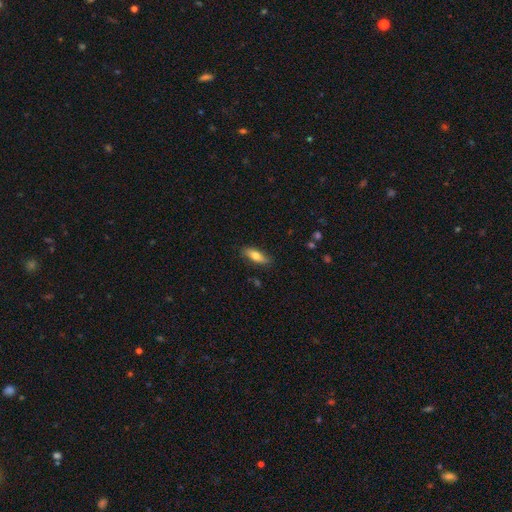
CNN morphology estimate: smooth-or-featured: smooth: 74% | featured or disk: 20% | star or artifact: 6%
  how-rounded: in between: 63% | cigar-shaped: 34% | round: 3%
  merging: none: 83% | minor disturbance: 13% | major disturbance: 2% | merger: 1%